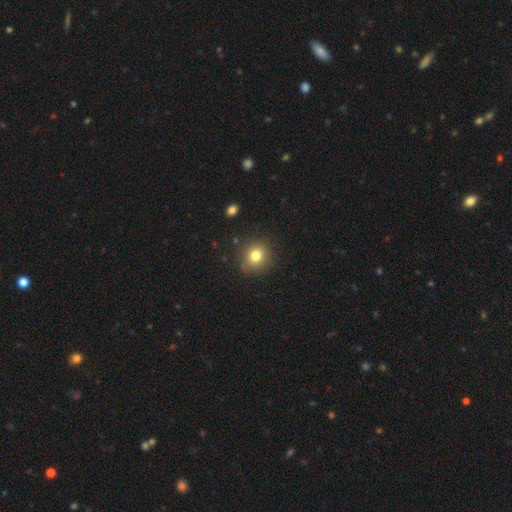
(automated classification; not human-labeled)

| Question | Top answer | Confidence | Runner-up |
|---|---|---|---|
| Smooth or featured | smooth | 79% | star or artifact (12%) |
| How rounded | round | 82% | in between (17%) |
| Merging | none | 86% | minor disturbance (10%) |